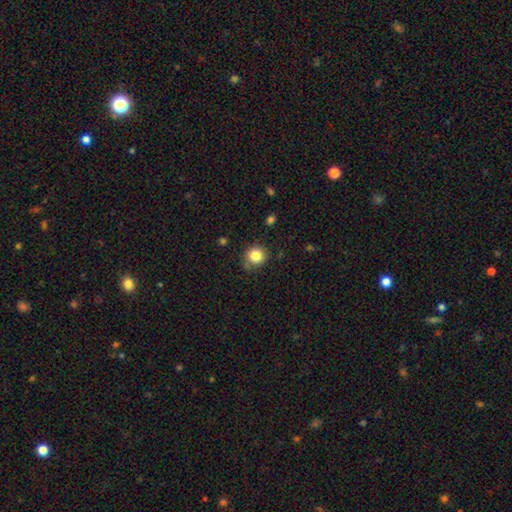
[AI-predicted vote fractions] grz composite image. It shows a smooth galaxy with no disk features (83%) that is round (89%). Merging: none (80%).